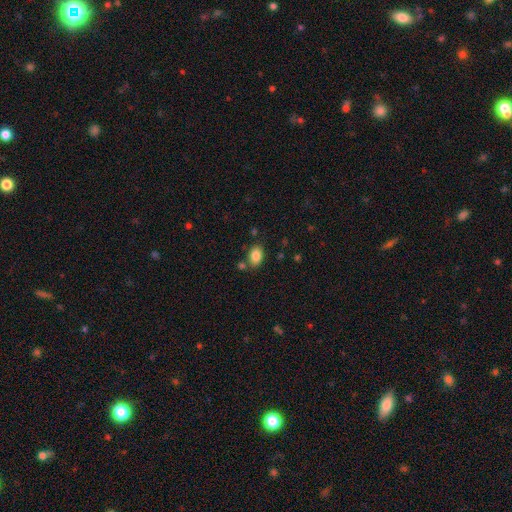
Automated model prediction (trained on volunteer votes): Overall: smooth (85%). How rounded: in between (81%). Merging: none (77%).